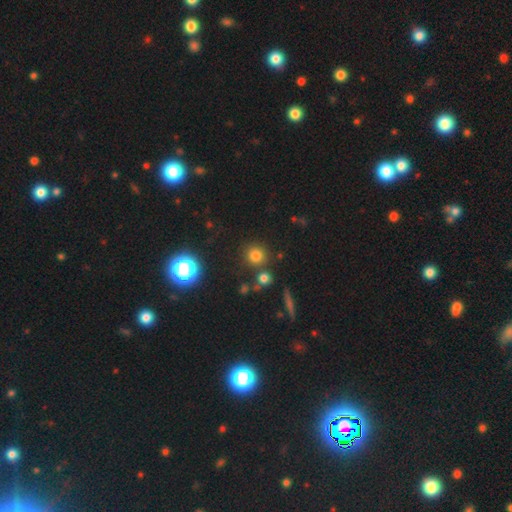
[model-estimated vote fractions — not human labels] Morphology: type=smooth (75%); roundness=round (91%); merging=none (81%).